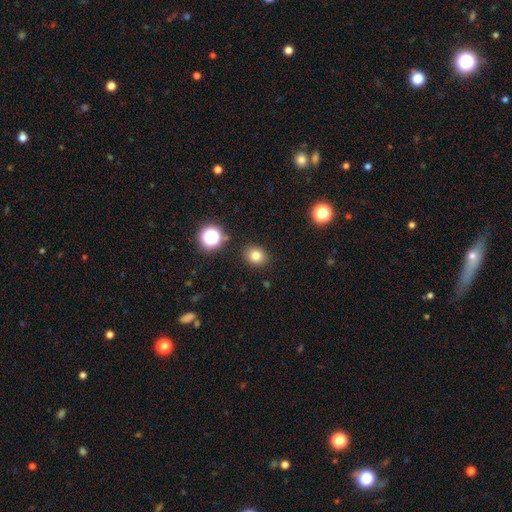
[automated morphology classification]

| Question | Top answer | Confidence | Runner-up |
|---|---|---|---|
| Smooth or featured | smooth | 79% | star or artifact (14%) |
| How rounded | round | 64% | in between (35%) |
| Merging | none | 88% | minor disturbance (8%) |